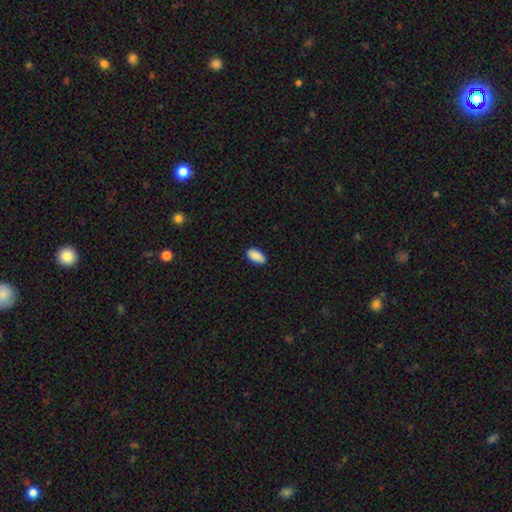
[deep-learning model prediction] This appears to be a smooth galaxy with no disk features (89%) that is in between round and cigar-shaped (94%). Merging: none (86%).